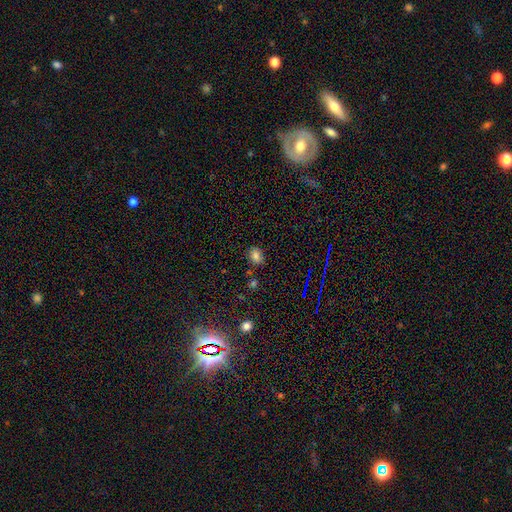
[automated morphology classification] This appears to be a smooth galaxy with no disk features (75%) that is in between round and cigar-shaped (58%). Merging: none (78%).